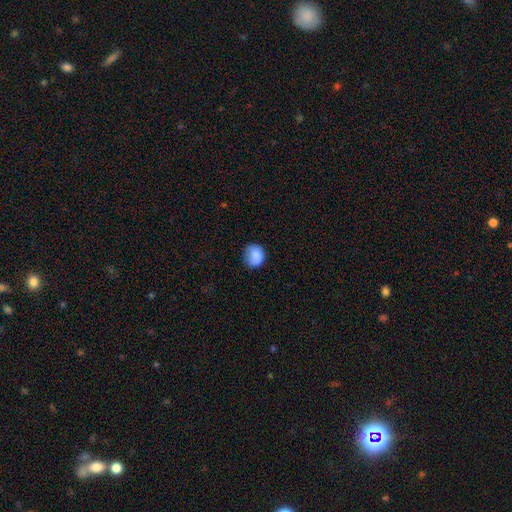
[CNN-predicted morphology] smooth 84%, star or artifact 8%, featured or disk 8%. Down the decision tree: how rounded — round (75%); merging — none (68%).